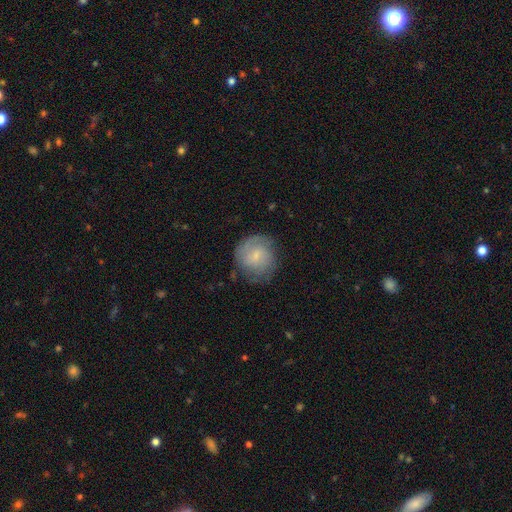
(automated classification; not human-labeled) The model was most divided on "smooth or featured": featured or disk: 50%, smooth: 43%, star or artifact: 7%. More confident: merging — none (69%).